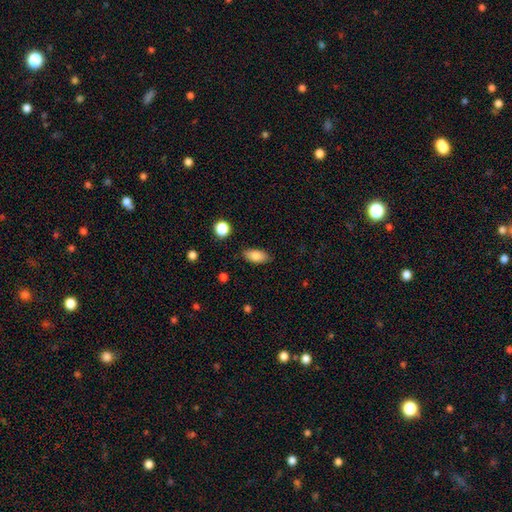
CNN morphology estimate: Q: Smooth or featured?
A: smooth (85%); runner-up: star or artifact (8%)
Q: How rounded?
A: in between (89%); runner-up: cigar-shaped (8%)
Q: Merging?
A: none (85%); runner-up: minor disturbance (11%)